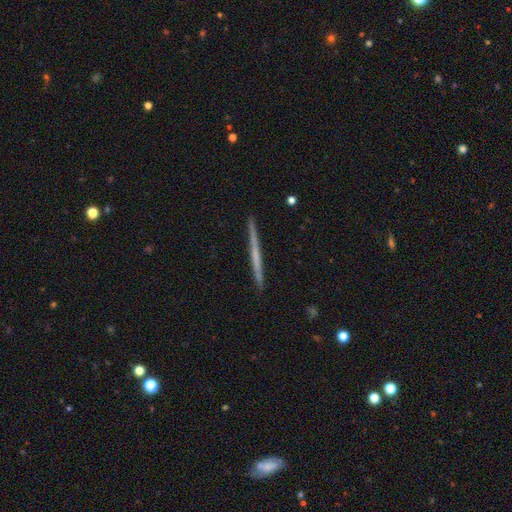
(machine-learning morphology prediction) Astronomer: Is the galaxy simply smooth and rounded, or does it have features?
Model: featured or disk — 56% (runner-up: smooth, 38%).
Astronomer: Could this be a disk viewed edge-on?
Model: yes — 98%.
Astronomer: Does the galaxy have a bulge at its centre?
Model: none — 86%.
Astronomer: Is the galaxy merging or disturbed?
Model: none — 92%.